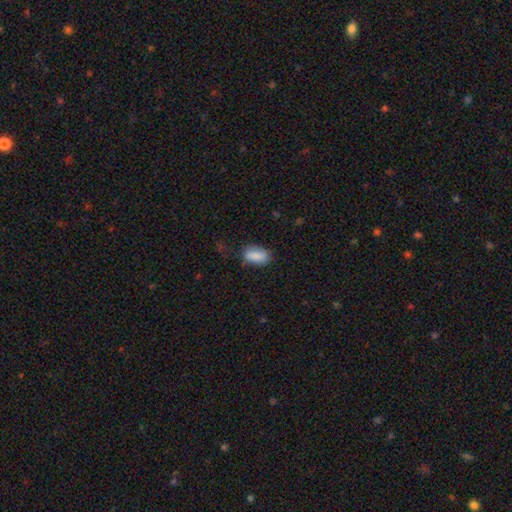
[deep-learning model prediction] A smooth galaxy with no disk features (84%) that is in between round and cigar-shaped (90%).

Vote fractions:
- Smooth or featured? smooth: 84% / featured or disk: 9% / star or artifact: 7%
- How rounded? in between: 90% / round: 6% / cigar-shaped: 4%
- Merging? none: 69% / minor disturbance: 23% / major disturbance: 6% / merger: 2%